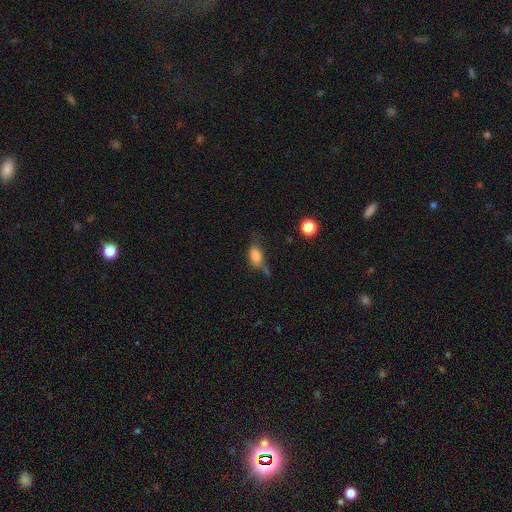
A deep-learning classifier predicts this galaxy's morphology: A smooth galaxy with no disk features (77%) that is in between round and cigar-shaped (84%).

Vote fractions:
- Smooth or featured? smooth: 77% / featured or disk: 13% / star or artifact: 10%
- How rounded? in between: 84% / round: 10% / cigar-shaped: 6%
- Merging? none: 38% / minor disturbance: 31% / major disturbance: 20% / merger: 11%